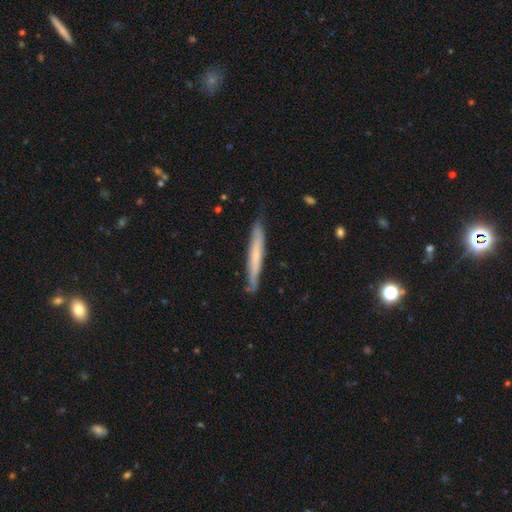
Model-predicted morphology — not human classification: The model was most divided on "smooth or featured": smooth: 51%, featured or disk: 44%, star or artifact: 6%. More confident: how rounded — cigar-shaped (96%); merging — none (82%).